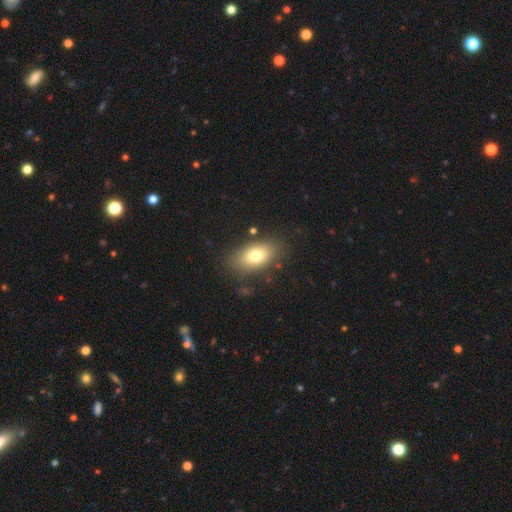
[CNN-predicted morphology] Smooth or featured: smooth — 76% (featured or disk — 15%)
How rounded: in between — 88% (round — 9%)
Merging: none — 81% (minor disturbance — 12%)